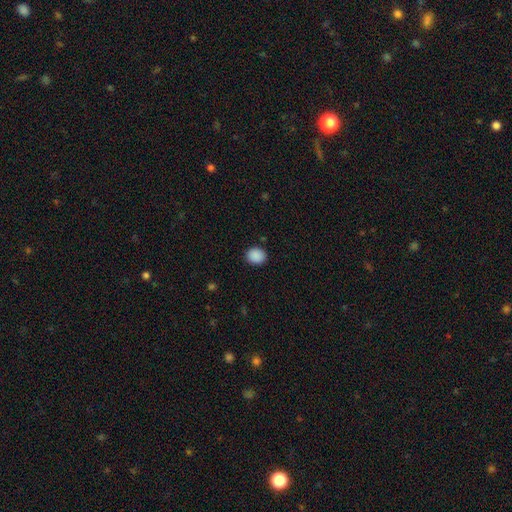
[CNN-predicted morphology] type=smooth (89%); roundness=round (67%); merging=none (89%).